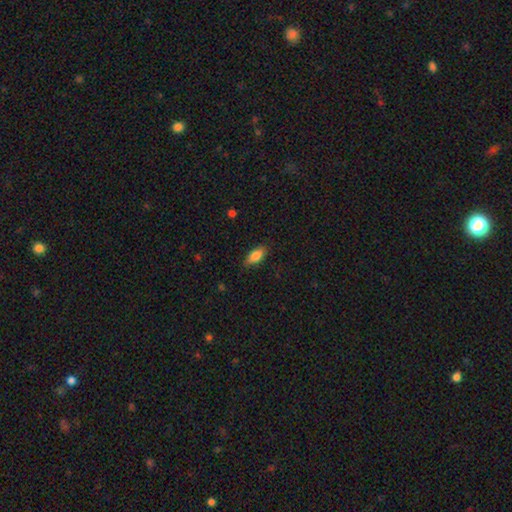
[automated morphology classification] This appears to be a smooth galaxy with no disk features (81%) that is in between round and cigar-shaped (83%). Merging: none (81%).